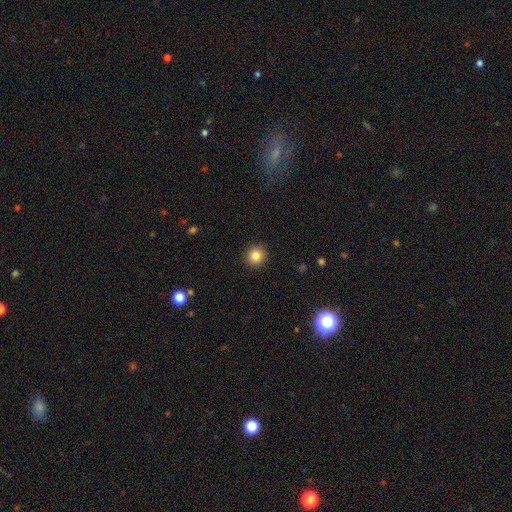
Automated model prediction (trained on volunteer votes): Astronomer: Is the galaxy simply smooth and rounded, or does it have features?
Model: smooth — 85%.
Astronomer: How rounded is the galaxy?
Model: round — 92%.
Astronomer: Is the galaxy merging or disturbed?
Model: none — 92%.